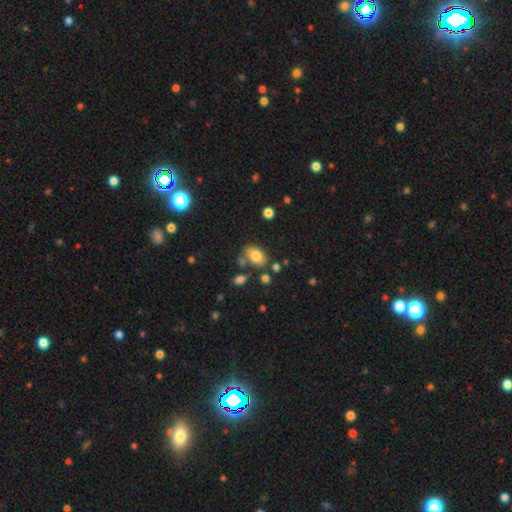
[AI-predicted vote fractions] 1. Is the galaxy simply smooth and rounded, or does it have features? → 79% smooth, 11% featured or disk, 9% star or artifact.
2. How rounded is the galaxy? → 88% in between, 10% round, 2% cigar-shaped.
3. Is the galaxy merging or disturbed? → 68% none, 16% minor disturbance, 12% merger, 5% major disturbance.